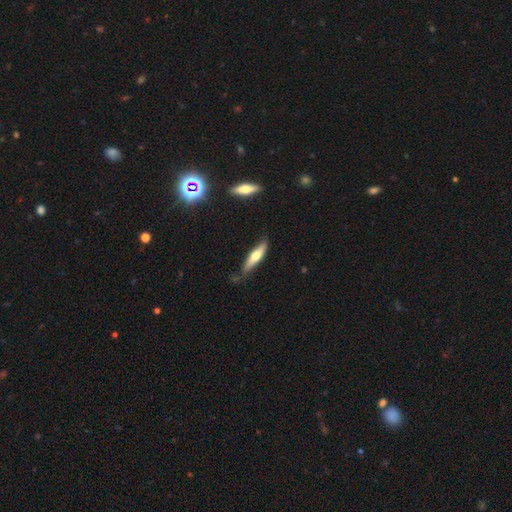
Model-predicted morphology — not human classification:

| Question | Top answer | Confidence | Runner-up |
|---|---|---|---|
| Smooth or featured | smooth | 58% | featured or disk (37%) |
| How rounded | cigar-shaped | 76% | in between (22%) |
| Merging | none | 73% | minor disturbance (20%) |